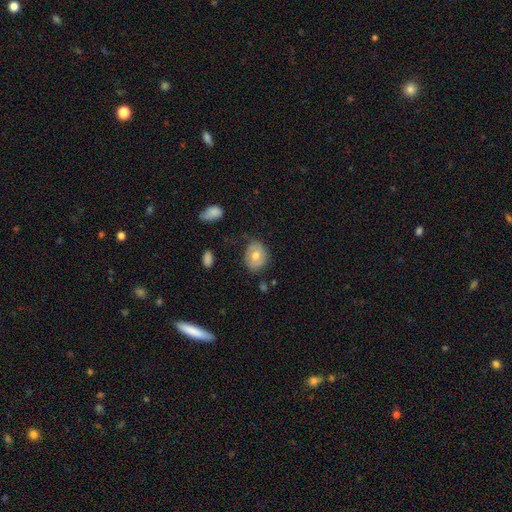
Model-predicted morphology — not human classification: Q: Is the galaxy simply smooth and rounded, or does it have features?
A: smooth — 63%.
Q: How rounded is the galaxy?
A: round — 52%.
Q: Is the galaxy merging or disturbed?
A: none — 65%.